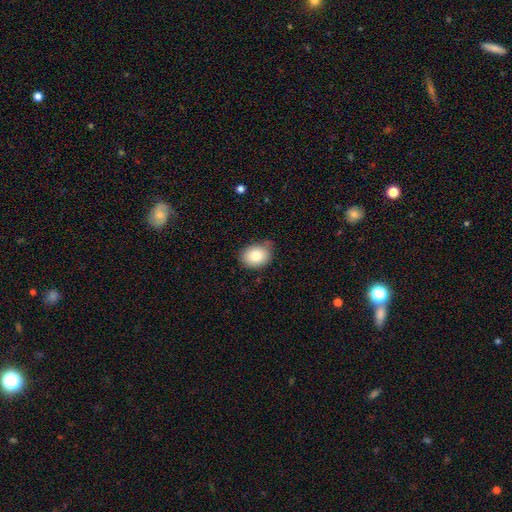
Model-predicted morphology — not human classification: Smooth or featured? Predicted: smooth (p=0.81). How rounded? Predicted: in between (p=0.56). Merging? Predicted: none (p=0.71).